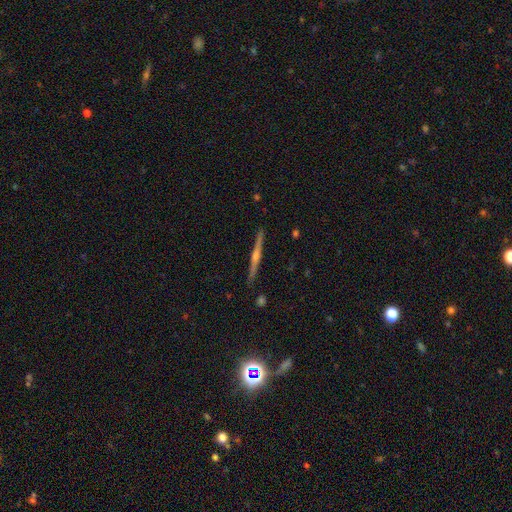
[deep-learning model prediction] This appears to be a featured or disk galaxy (78%) viewed edge-on (98%) with a rounded central bulge (81%). Merging: none (91%).